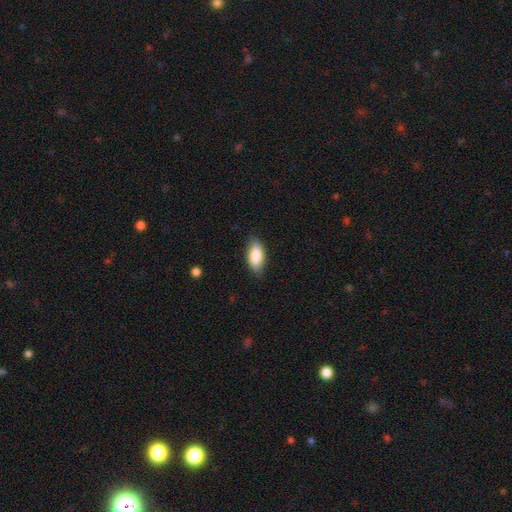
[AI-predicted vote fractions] Morphology: type=smooth (83%); roundness=in between (89%); merging=none (81%).